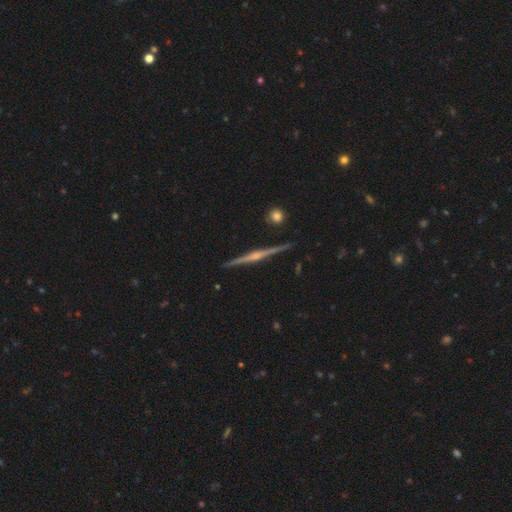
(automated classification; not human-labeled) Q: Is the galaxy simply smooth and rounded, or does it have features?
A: featured or disk — 85%.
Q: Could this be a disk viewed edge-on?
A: yes — 99%.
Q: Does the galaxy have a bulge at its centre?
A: rounded — 77%.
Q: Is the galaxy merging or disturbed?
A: none — 92%.